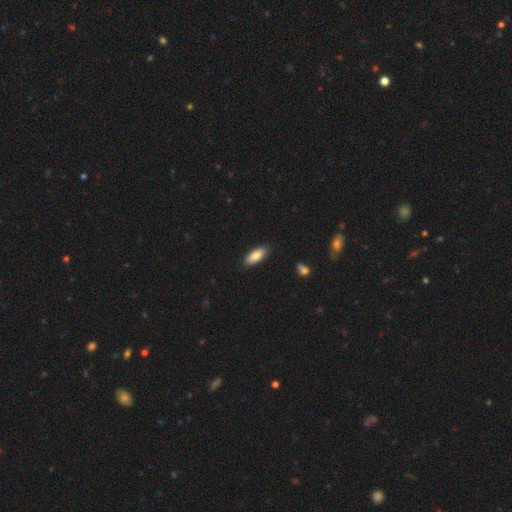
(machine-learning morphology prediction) smooth_or_featured: smooth (p=0.84) [alt: featured or disk p=0.10]
how_rounded: in between (p=0.77) [alt: cigar-shaped p=0.21]
merging: none (p=0.86) [alt: minor disturbance p=0.10]